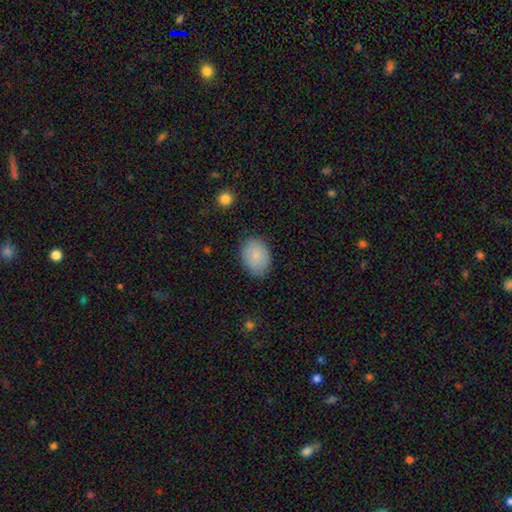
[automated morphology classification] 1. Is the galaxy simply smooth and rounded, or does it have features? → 85% smooth, 9% featured or disk, 7% star or artifact.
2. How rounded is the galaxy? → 74% in between, 25% round, 1% cigar-shaped.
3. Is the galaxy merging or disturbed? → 82% none, 14% minor disturbance, 3% major disturbance, 1% merger.